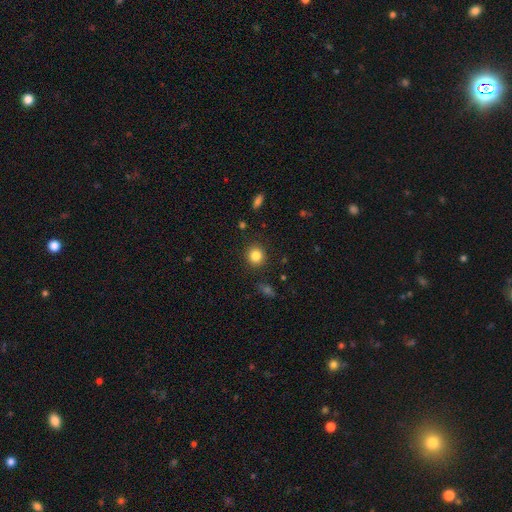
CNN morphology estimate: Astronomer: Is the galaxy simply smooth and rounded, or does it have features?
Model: smooth — 83%.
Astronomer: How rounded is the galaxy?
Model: round — 87%.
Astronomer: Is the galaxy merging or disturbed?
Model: none — 90%.